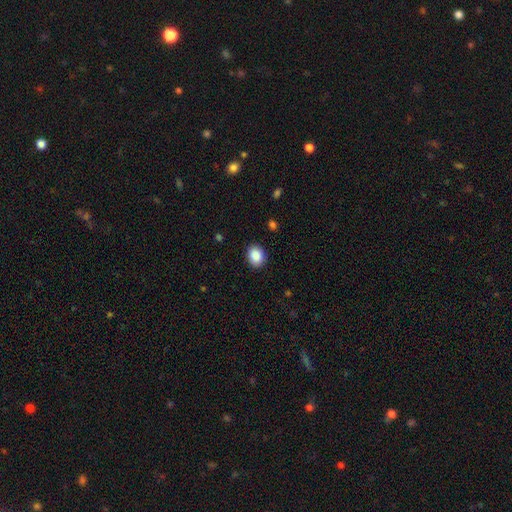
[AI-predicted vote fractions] Morphology: type=smooth (88%); roundness=round (57%); merging=none (89%).